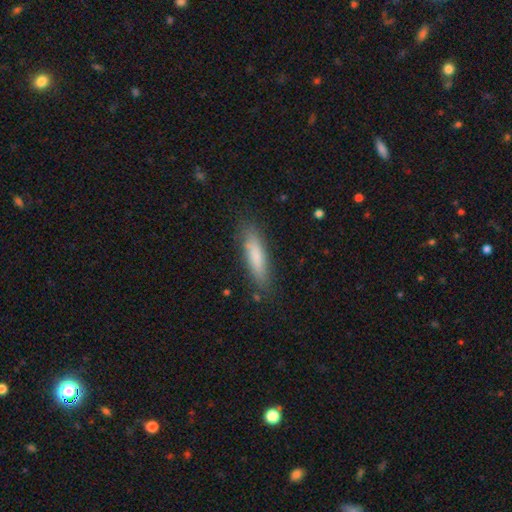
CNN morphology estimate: Smooth or featured? smooth (77%)
How rounded? cigar-shaped (74%)
Merging? none (82%)